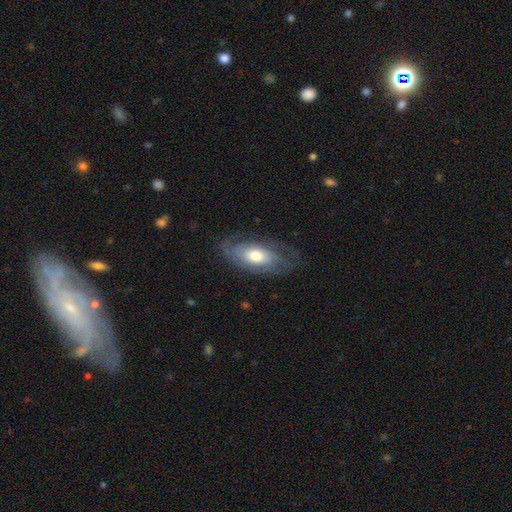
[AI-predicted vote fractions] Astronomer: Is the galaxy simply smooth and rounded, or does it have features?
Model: featured or disk — 64%.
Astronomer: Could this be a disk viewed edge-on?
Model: no — 89%.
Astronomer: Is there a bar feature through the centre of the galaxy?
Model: no — 79%.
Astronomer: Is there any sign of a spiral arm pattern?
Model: yes — 79%.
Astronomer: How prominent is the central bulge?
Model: moderate — 61%.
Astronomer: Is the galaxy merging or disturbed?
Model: none — 68%.